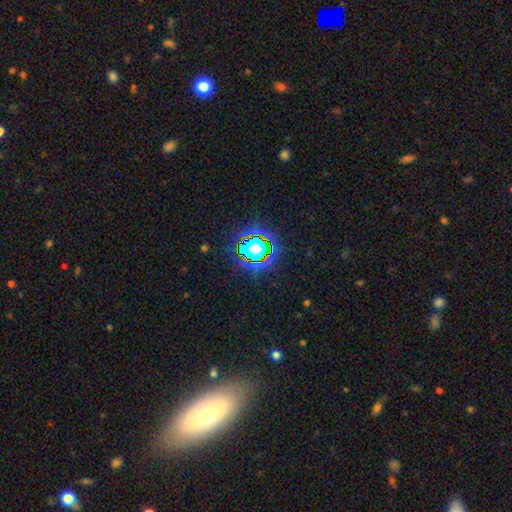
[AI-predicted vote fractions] Morphology: type=star or artifact (64%).